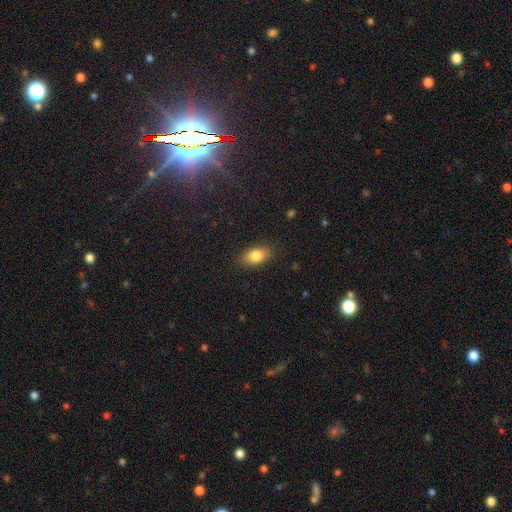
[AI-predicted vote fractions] smooth 84%, featured or disk 8%, star or artifact 8%. Down the decision tree: how rounded — in between (89%); merging — none (85%).